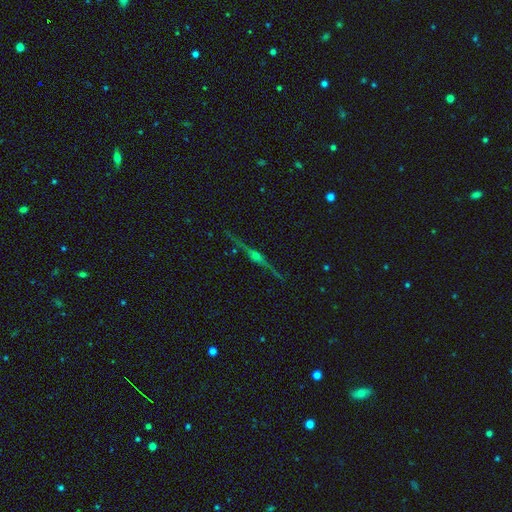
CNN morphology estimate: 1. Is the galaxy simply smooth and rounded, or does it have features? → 81% featured or disk, 12% star or artifact, 7% smooth.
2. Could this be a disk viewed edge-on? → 97% yes, 3% no.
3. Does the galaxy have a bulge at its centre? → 87% rounded, 9% boxy, 5% none.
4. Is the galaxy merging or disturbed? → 89% none, 7% minor disturbance, 2% major disturbance, 1% merger.